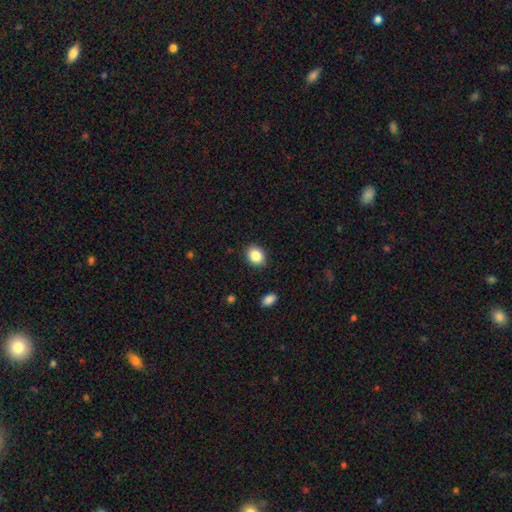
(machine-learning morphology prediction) Overall: smooth (86%). How rounded: in between (55%; round 44%). Merging: none (88%).